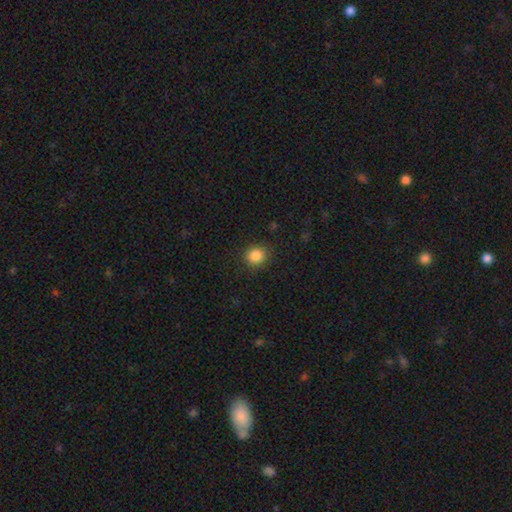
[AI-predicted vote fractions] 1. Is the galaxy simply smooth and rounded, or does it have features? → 86% smooth, 10% star or artifact, 4% featured or disk.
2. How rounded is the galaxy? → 83% round, 16% in between, 1% cigar-shaped.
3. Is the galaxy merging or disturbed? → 88% none, 8% minor disturbance, 3% major disturbance, 1% merger.